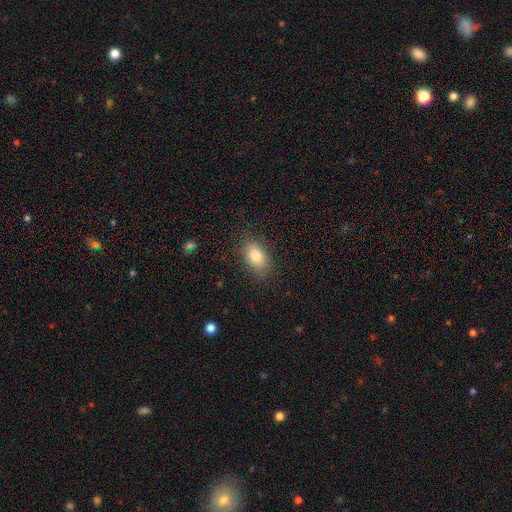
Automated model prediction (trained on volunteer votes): Morphology: type=smooth (81%); roundness=in between (86%); merging=none (84%).